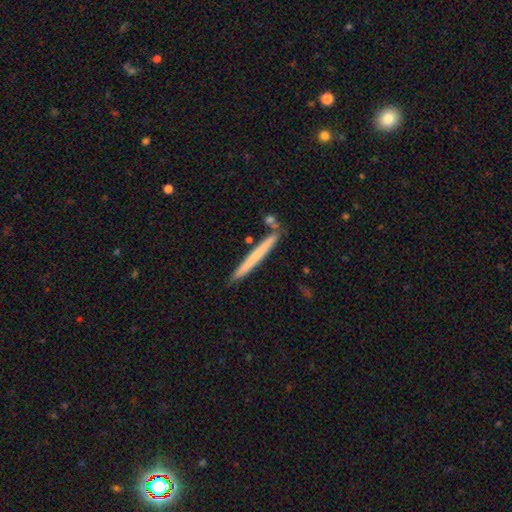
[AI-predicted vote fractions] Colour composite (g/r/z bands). It shows a smooth galaxy with no disk features (59%) that is cigar-shaped (97%). Merging: none (84%).